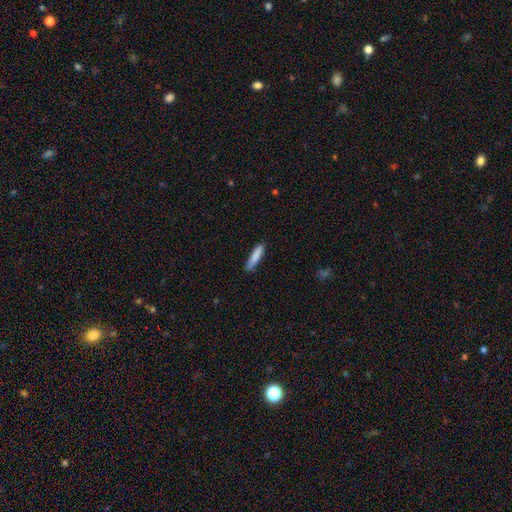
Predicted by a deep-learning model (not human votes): smooth-or-featured: smooth: 85% | featured or disk: 9% | star or artifact: 6%
  how-rounded: cigar-shaped: 84% | in between: 15% | round: 1%
  merging: none: 84% | minor disturbance: 13% | major disturbance: 2% | merger: 1%